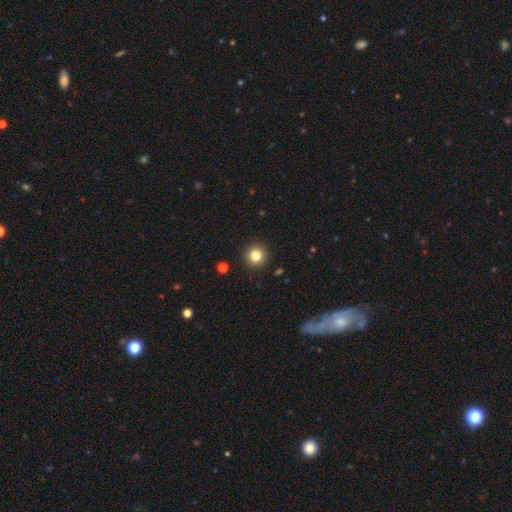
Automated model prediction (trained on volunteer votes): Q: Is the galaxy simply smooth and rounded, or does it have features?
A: smooth — 82%.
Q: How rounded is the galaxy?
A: round — 95%.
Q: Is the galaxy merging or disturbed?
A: none — 92%.